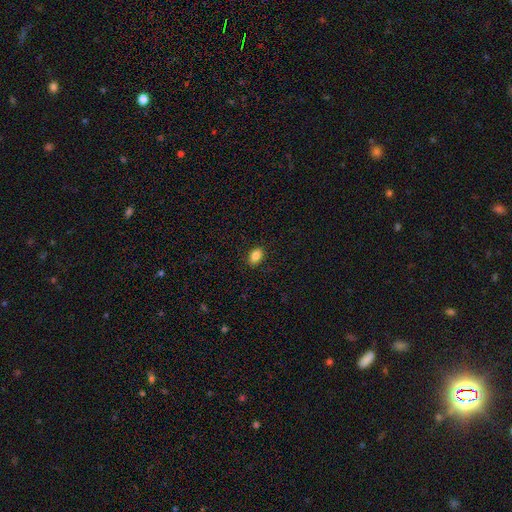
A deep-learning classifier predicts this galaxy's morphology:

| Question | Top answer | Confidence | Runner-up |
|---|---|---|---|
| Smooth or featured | smooth | 86% | star or artifact (9%) |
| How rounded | in between | 85% | round (13%) |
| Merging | none | 89% | minor disturbance (8%) |